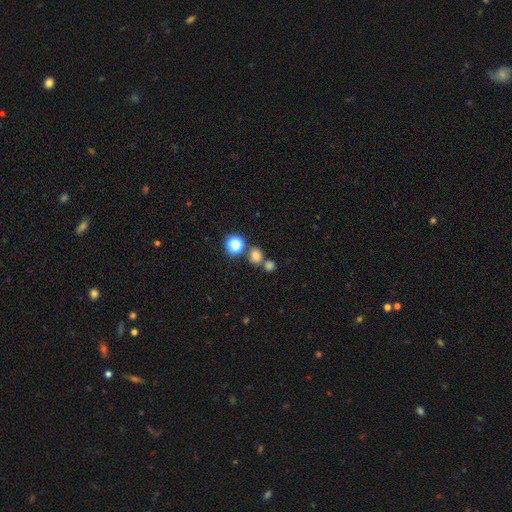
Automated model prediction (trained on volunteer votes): Smooth or featured? smooth (72%)
How rounded? round (77%)
Merging? none (63%)